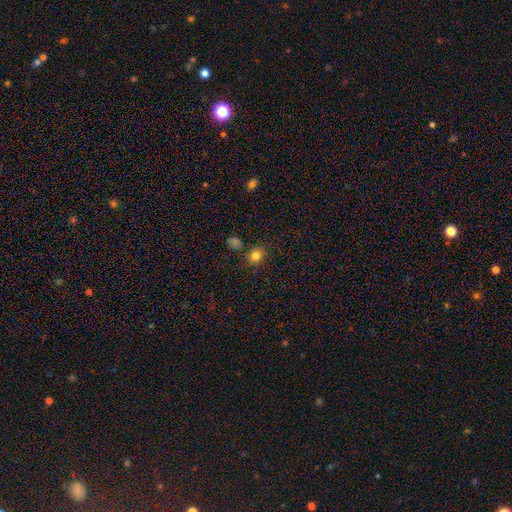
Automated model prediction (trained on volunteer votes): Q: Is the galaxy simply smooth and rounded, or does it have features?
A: smooth — 80%.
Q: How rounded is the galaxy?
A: round — 78%.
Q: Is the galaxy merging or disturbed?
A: none — 82%.